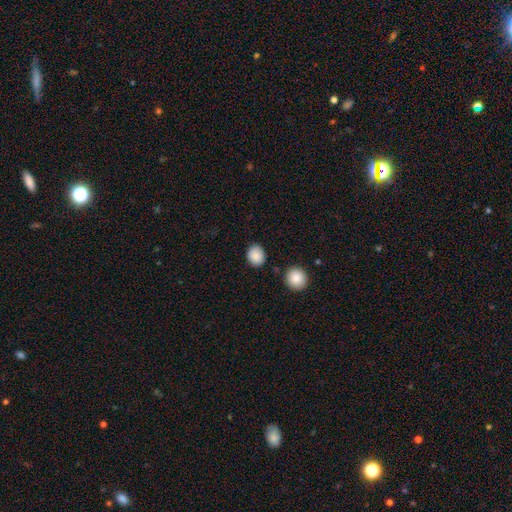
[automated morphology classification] Overall: smooth (88%). How rounded: round (58%; in between 41%). Merging: none (84%).